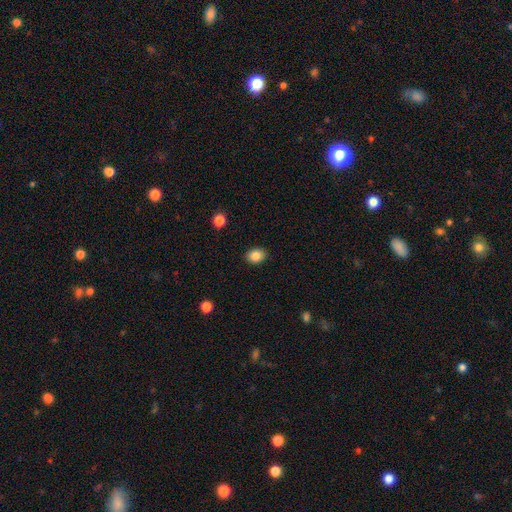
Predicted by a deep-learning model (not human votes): Smooth or featured? Predicted: smooth (p=0.86). How rounded? Predicted: in between (p=0.64). Merging? Predicted: none (p=0.89).